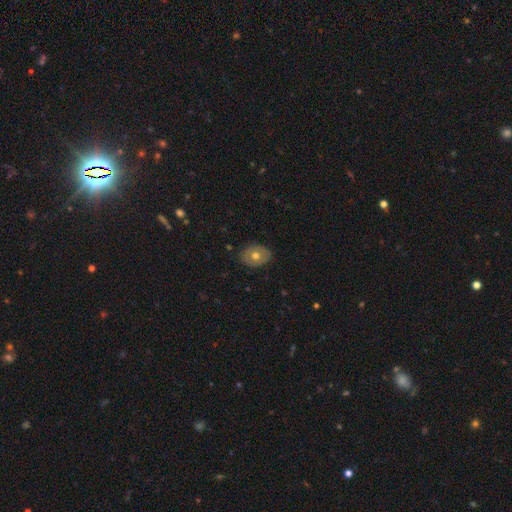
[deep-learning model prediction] smooth 56%, featured or disk 37%, star or artifact 7%. Down the decision tree: how rounded — in between (60%); merging — none (84%).